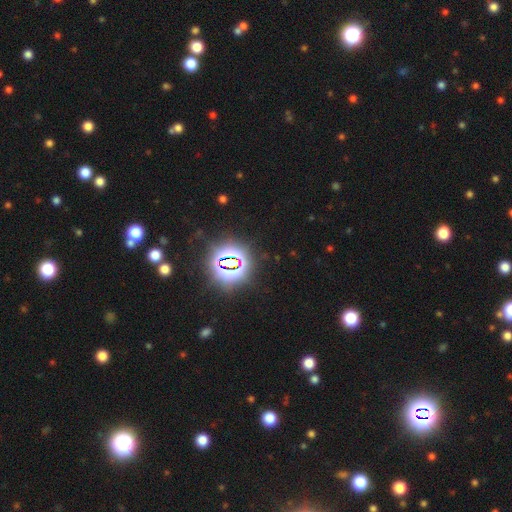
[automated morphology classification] Smooth or featured? Predicted: star or artifact (p=0.77).